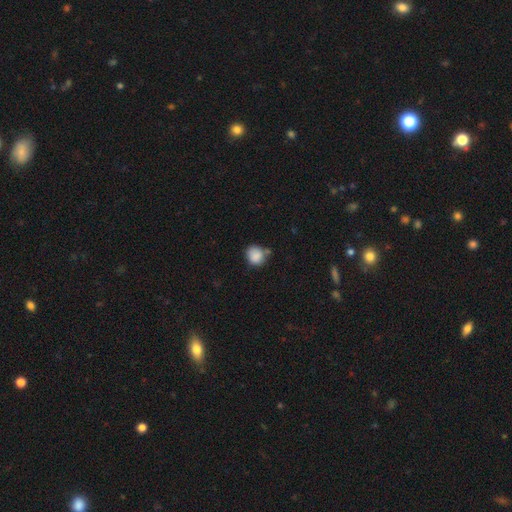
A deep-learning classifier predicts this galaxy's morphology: Overall: smooth (86%). How rounded: round (77%). Merging: none (57%; minor disturbance 26%).